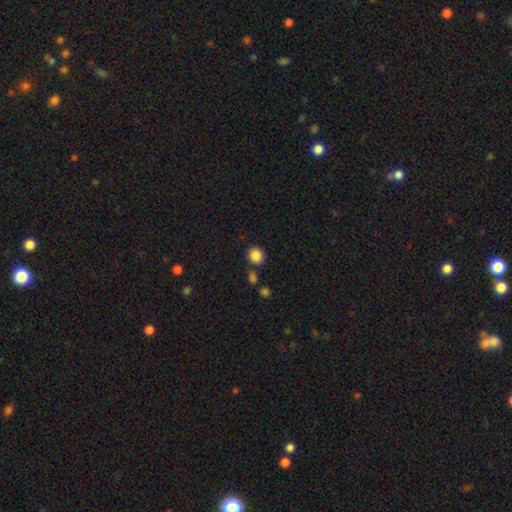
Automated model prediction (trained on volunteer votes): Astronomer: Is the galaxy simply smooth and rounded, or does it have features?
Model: smooth — 86%.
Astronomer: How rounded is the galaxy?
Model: round — 88%.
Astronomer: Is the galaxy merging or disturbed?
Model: none — 77%.